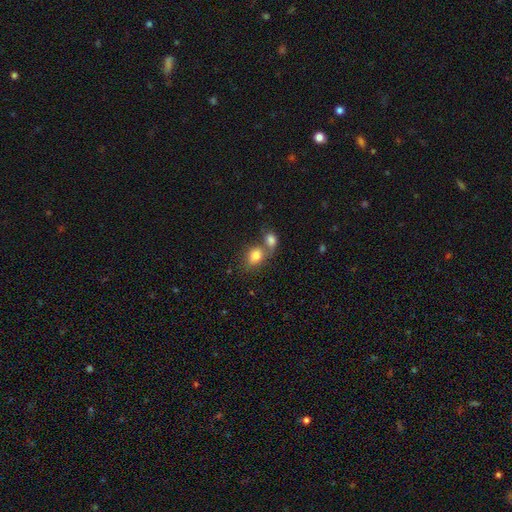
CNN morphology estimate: This is clearly a smooth galaxy (81%). How rounded: possibly in between (53%). Merging: possibly merger (53%).